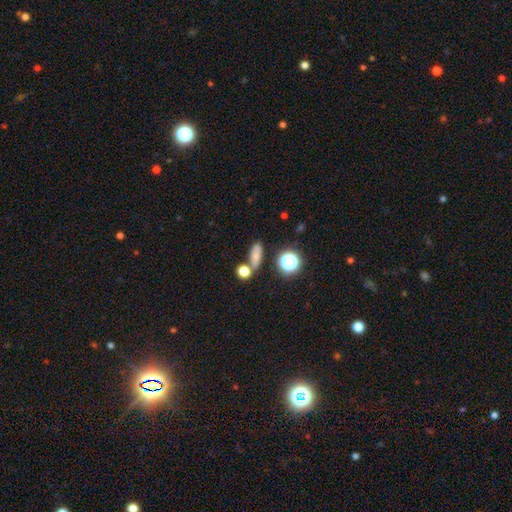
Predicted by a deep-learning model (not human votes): This appears to be a smooth galaxy with no disk features (69%) that is in between round and cigar-shaped (59%). Merging: none (67%).